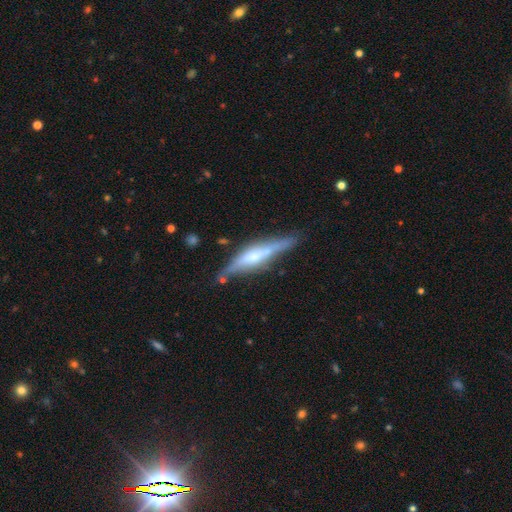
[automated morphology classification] A featured or disk galaxy (69%) viewed edge-on (94%) with a rounded central bulge (60%).

Vote fractions:
- Smooth or featured? featured or disk: 69% / smooth: 25% / star or artifact: 6%
- Edge-on disk? yes: 94% / no: 6%
- Edge-on bulge? rounded: 60% / boxy: 26% / none: 13%
- Merging? none: 75% / minor disturbance: 18% / major disturbance: 4% / merger: 3%